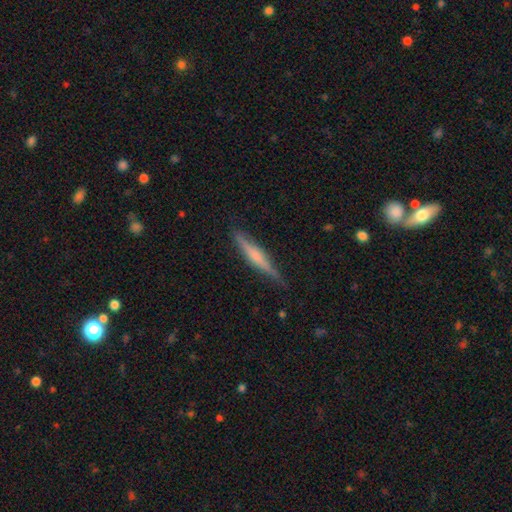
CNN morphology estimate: A featured or disk galaxy (56%) viewed edge-on (97%) with a rounded central bulge (51%). Merging: none (84%).